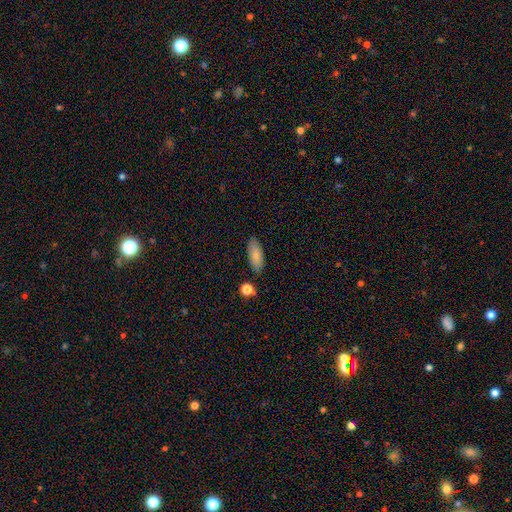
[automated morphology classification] A smooth galaxy with no disk features (81%) that is in between round and cigar-shaped (82%).

Vote fractions:
- Smooth or featured? smooth: 81% / featured or disk: 12% / star or artifact: 7%
- How rounded? in between: 82% / cigar-shaped: 16% / round: 3%
- Merging? none: 83% / minor disturbance: 12% / merger: 3% / major disturbance: 2%